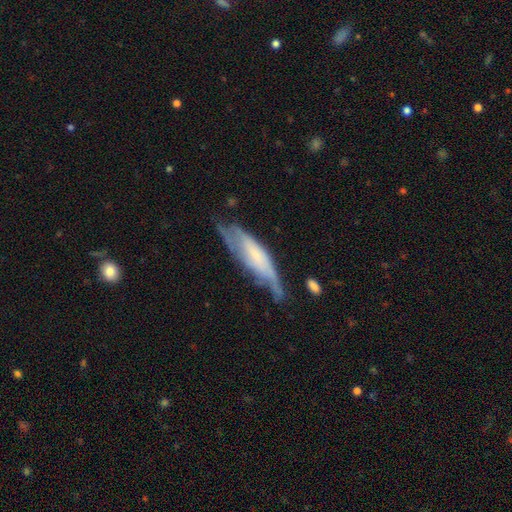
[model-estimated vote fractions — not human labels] Smooth or featured? featured or disk (58%)
Edge-on disk? no (59%)
Merging? none (41%)